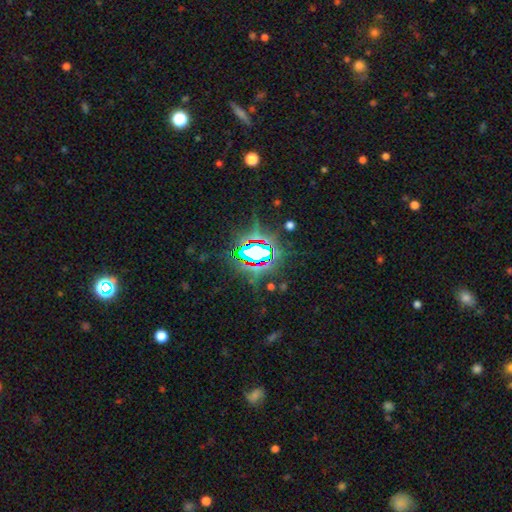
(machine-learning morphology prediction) This is likely a star or artifact rather than a galaxy (75%).